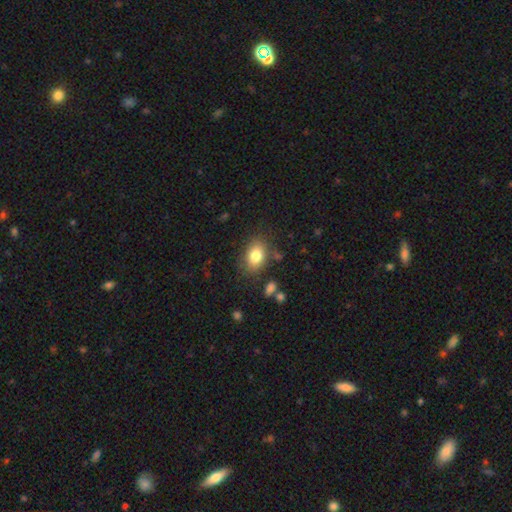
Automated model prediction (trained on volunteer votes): Morphology: type=smooth (82%); roundness=in between (78%); merging=none (79%).